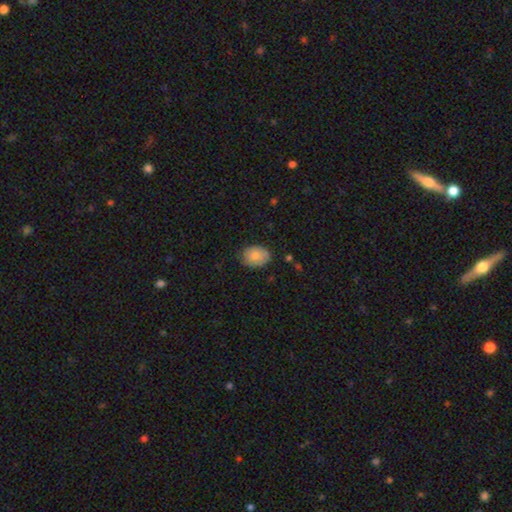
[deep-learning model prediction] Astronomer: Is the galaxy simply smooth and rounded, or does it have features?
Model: smooth — 79%.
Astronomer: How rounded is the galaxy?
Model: in between — 65%.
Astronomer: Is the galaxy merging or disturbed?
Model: none — 76%.